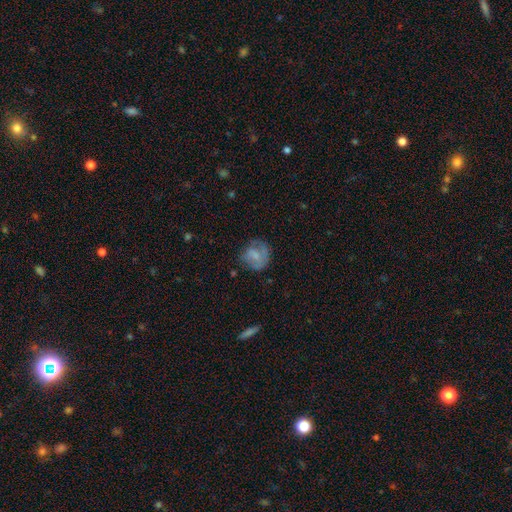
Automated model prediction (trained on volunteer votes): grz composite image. It shows a smooth galaxy with no disk features (58%) that is round (76%). Merging: none (55%).